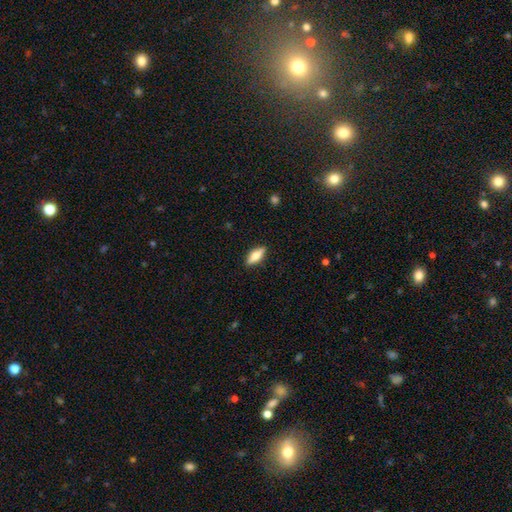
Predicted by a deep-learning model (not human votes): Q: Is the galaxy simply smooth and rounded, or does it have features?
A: smooth — 60%.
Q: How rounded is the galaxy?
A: in between — 63%.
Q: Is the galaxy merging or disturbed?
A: none — 88%.